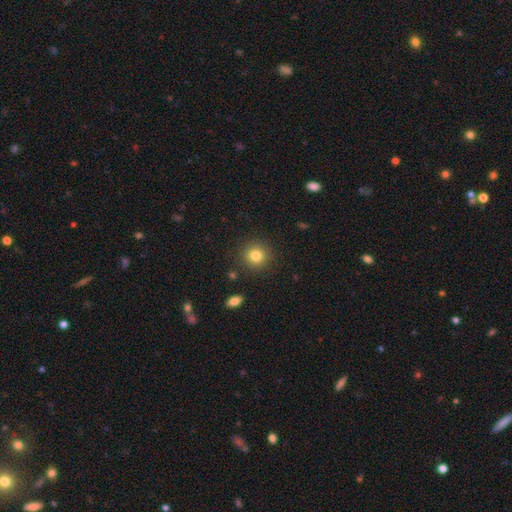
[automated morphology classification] Smooth or featured? smooth (81%)
How rounded? round (92%)
Merging? none (89%)